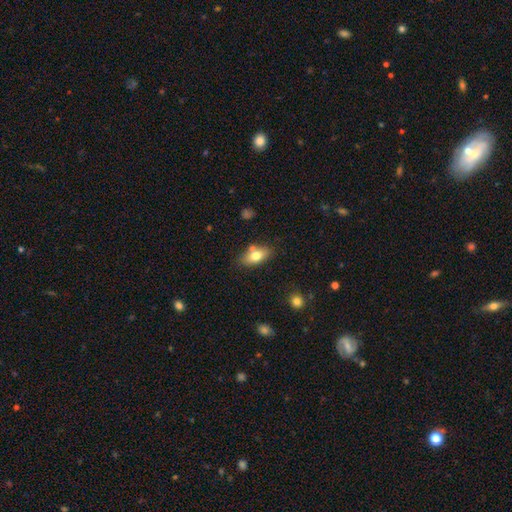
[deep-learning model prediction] Q: Smooth or featured?
A: smooth (74%); runner-up: featured or disk (18%)
Q: How rounded?
A: in between (86%); runner-up: cigar-shaped (9%)
Q: Merging?
A: none (73%); runner-up: minor disturbance (14%)